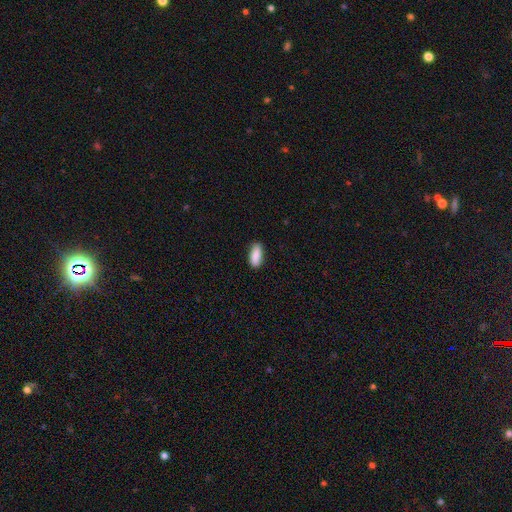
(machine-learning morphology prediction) A smooth galaxy with no disk features (87%) that is in between round and cigar-shaped (79%). Merging: none (86%).